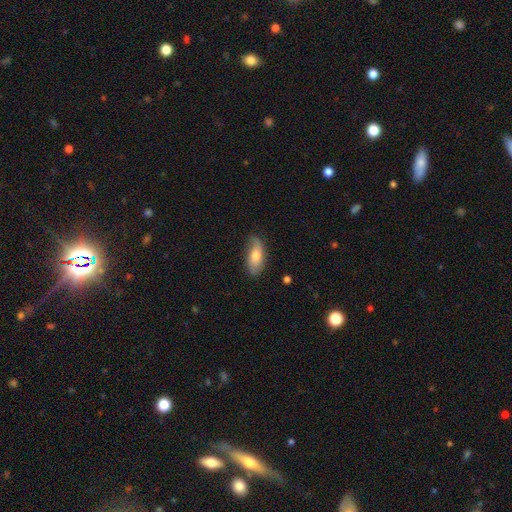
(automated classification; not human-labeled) Smooth or featured? smooth (57%)
How rounded? in between (85%)
Merging? none (68%)